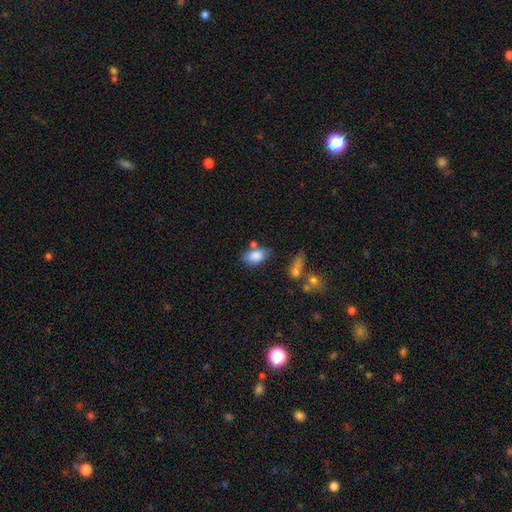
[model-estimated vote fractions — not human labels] This is clearly a smooth galaxy (82%). How rounded: clearly in between (89%). Merging: possibly none (50%).